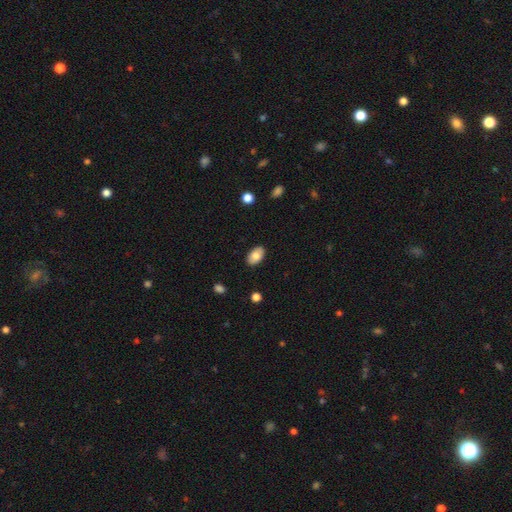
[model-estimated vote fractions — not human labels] A smooth galaxy with no disk features (78%) that is in between round and cigar-shaped (92%).

Vote fractions:
- Smooth or featured? smooth: 78% / featured or disk: 16% / star or artifact: 7%
- How rounded? in between: 92% / round: 7% / cigar-shaped: 1%
- Merging? none: 87% / minor disturbance: 10% / major disturbance: 2% / merger: 1%